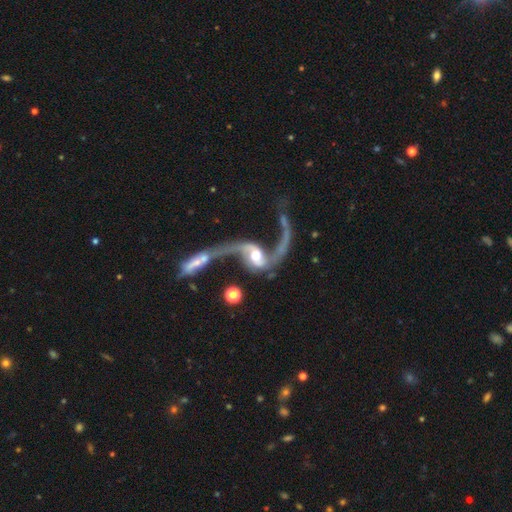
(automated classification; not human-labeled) Morphology: type=featured or disk (87%); edge-on=no (95%); bar=no (40%); spiral arms=yes (93%); winding=loose (90%); arm count=2 (90%); bulge=moderate (62%); merging=merger (46%).